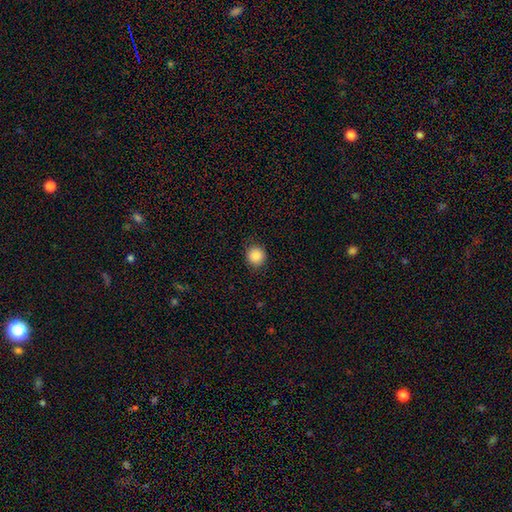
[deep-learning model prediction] The model was most divided on "smooth or featured": smooth: 87%, star or artifact: 9%, featured or disk: 4%. More confident: how rounded — round (92%); merging — none (90%).